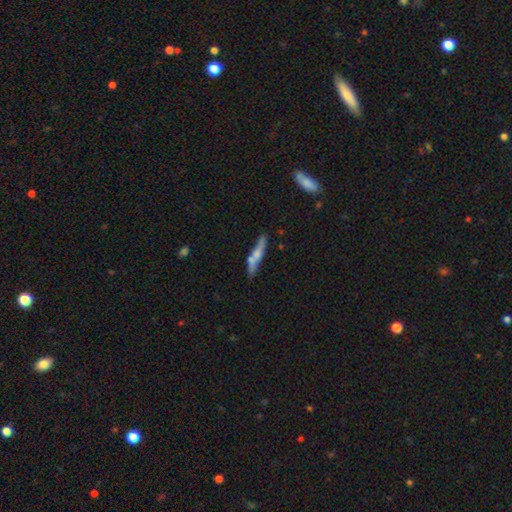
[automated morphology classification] Smooth or featured?
  - smooth: 54% *
  - featured or disk: 40%
  - star or artifact: 6%
How rounded?
  - cigar-shaped: 88% *
  - in between: 10%
  - round: 2%
Merging?
  - none: 64% *
  - minor disturbance: 17%
  - merger: 14%
  - major disturbance: 5%